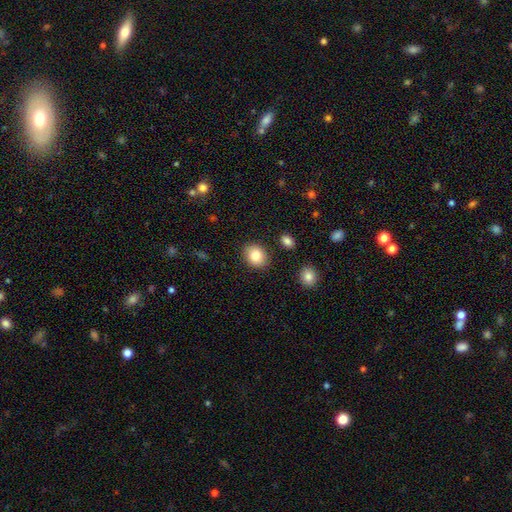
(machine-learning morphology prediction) Smooth or featured? smooth (84%)
How rounded? in between (51%)
Merging? none (86%)